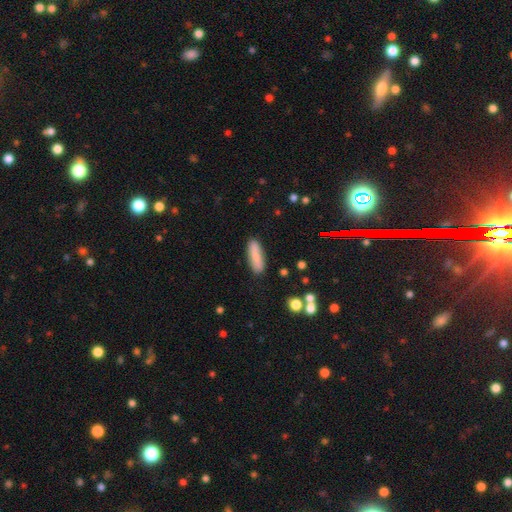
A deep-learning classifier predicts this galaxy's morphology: Overall: smooth (82%). How rounded: cigar-shaped (53%; in between 45%). Merging: none (85%).